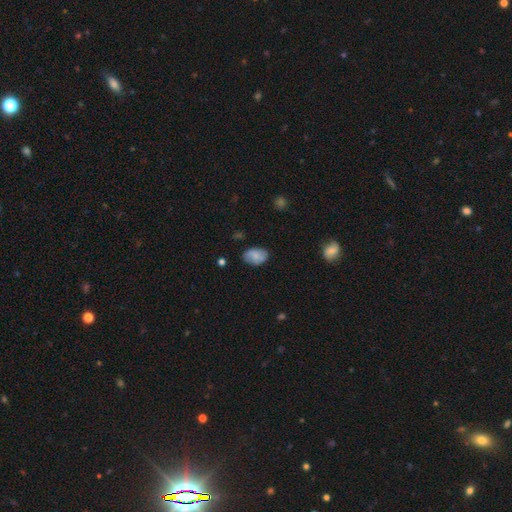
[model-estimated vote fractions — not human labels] Smooth or featured? smooth (73%)
How rounded? in between (87%)
Merging? none (79%)